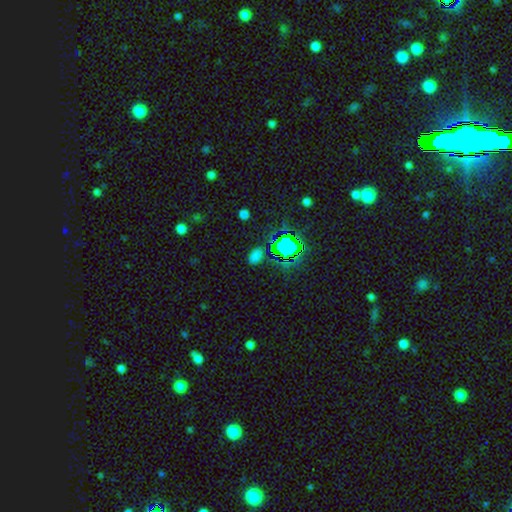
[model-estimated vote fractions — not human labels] Q: Smooth or featured?
A: smooth (59%); runner-up: star or artifact (34%)
Q: How rounded?
A: in between (83%); runner-up: round (14%)
Q: Merging?
A: none (79%); runner-up: minor disturbance (13%)